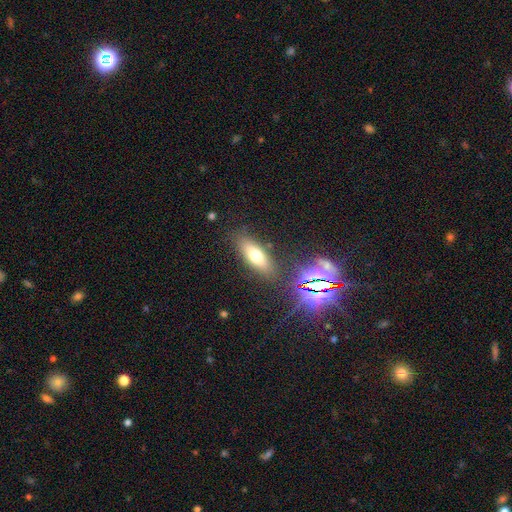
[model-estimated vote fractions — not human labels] Smooth or featured? Predicted: smooth (p=0.65). How rounded? Predicted: in between (p=0.66). Merging? Predicted: none (p=0.82).